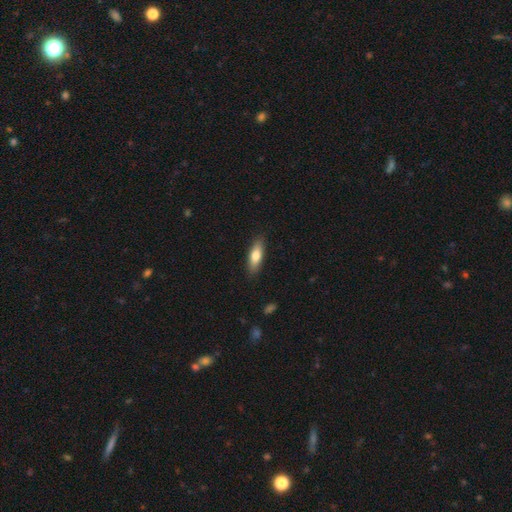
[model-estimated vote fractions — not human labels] Smooth or featured? smooth (75%)
How rounded? in between (57%)
Merging? none (86%)